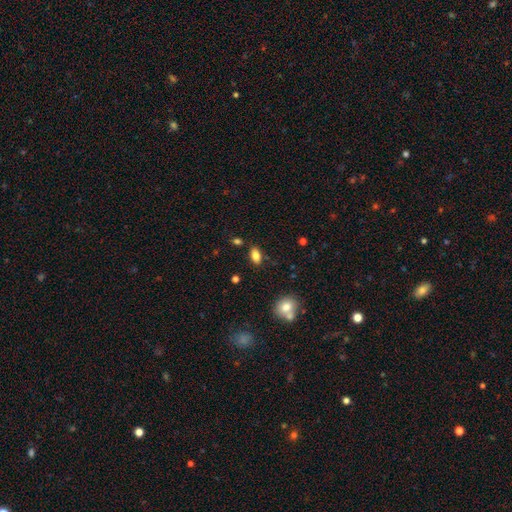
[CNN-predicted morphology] A smooth galaxy with no disk features (83%) that is in between round and cigar-shaped (89%). Merging: none (82%).